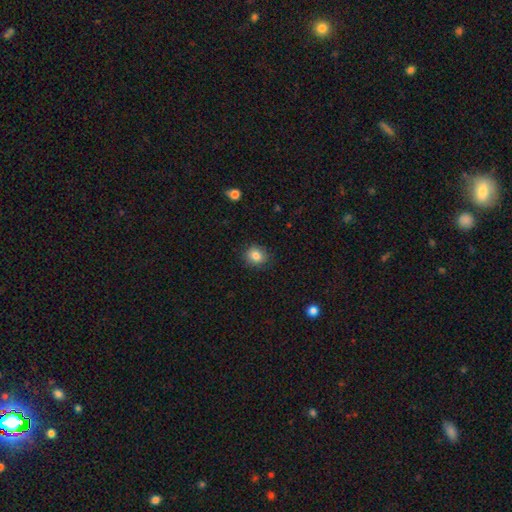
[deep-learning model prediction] This is clearly a smooth galaxy (84%). How rounded: likely round (73%). Merging: clearly none (88%).